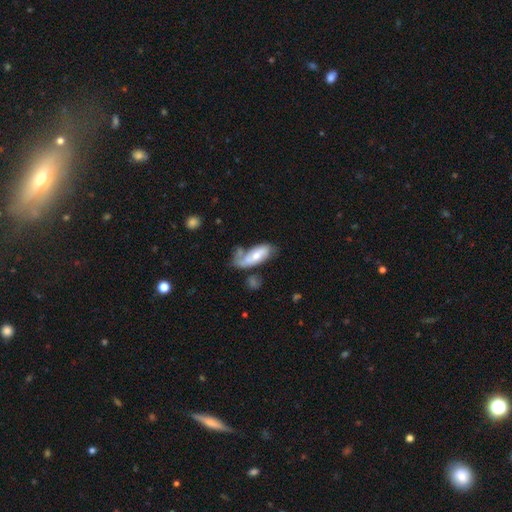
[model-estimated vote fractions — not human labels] A smooth galaxy with no disk features (55%) that is in between round and cigar-shaped (78%).

Vote fractions:
- Smooth or featured? smooth: 55% / featured or disk: 39% / star or artifact: 6%
- How rounded? in between: 78% / cigar-shaped: 19% / round: 2%
- Merging? none: 38% / minor disturbance: 27% / merger: 19% / major disturbance: 16%